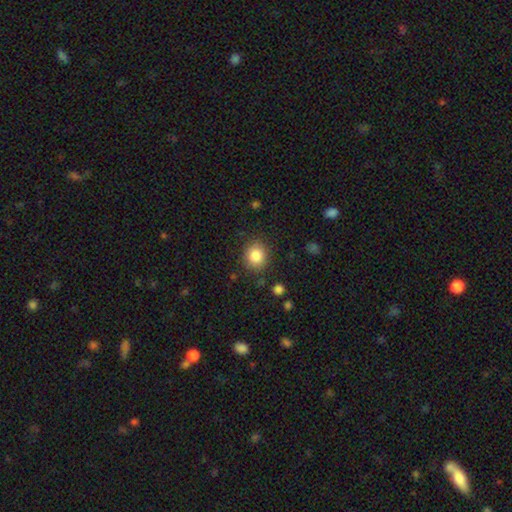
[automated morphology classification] Smooth or featured: smooth — 85% (star or artifact — 10%)
How rounded: round — 77% (in between — 22%)
Merging: none — 86% (minor disturbance — 9%)